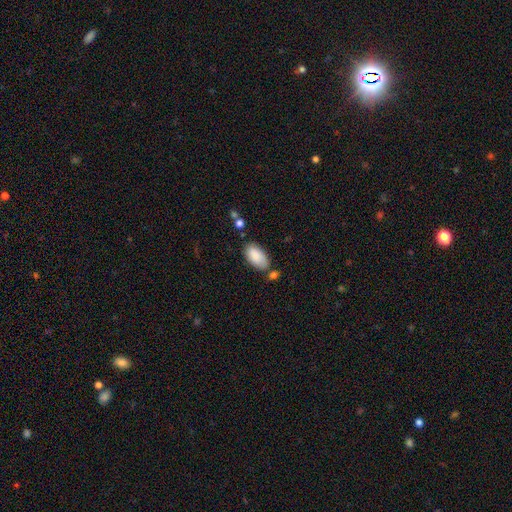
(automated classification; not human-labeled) smooth_or_featured: smooth (p=0.88) [alt: star or artifact p=0.06]
how_rounded: in between (p=0.95) [alt: cigar-shaped p=0.02]
merging: none (p=0.67) [alt: minor disturbance p=0.18]